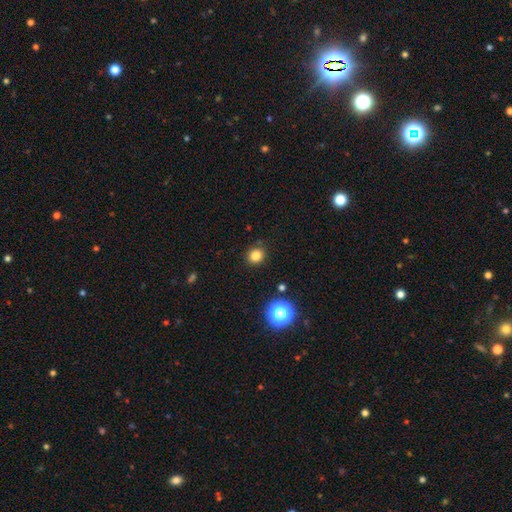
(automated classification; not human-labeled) Overall: smooth (81%). How rounded: round (85%). Merging: none (86%).